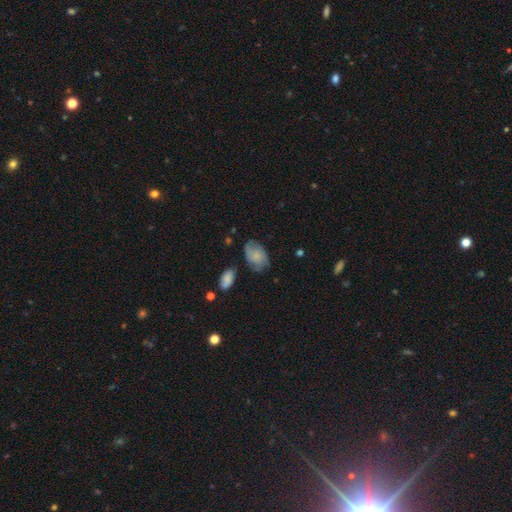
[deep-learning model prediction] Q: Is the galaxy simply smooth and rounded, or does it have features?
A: smooth — 55%.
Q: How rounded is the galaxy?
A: in between — 83%.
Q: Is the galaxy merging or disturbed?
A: none — 58%.